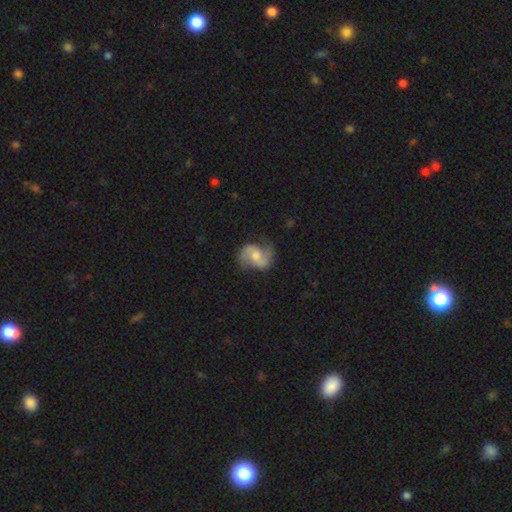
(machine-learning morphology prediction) Smooth or featured?
  - featured or disk: 78% *
  - smooth: 15%
  - star or artifact: 6%
Edge-on disk?
  - no: 98% *
  - yes: 2%
Bar?
  - no: 48% *
  - weak: 42%
  - strong: 10%
Spiral arms?
  - yes: 95% *
  - no: 5%
Spiral winding?
  - medium: 45% *
  - loose: 43%
  - tight: 12%
Spiral arm count?
  - 2: 92% *
  - can't tell: 3%
  - 1: 2%
  - 3: 1%
  - 4: 1%
  - more than 4: 1%
Bulge size?
  - moderate: 55% *
  - small: 30%
  - large: 7%
  - none: 6%
  - dominant: 1%
Merging?
  - none: 74% *
  - minor disturbance: 17%
  - major disturbance: 7%
  - merger: 1%